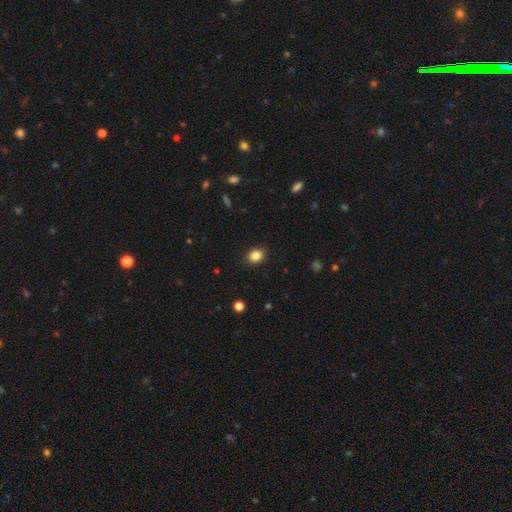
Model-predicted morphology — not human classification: smooth 85%, star or artifact 10%, featured or disk 5%. Down the decision tree: how rounded — round (51%); merging — none (88%).